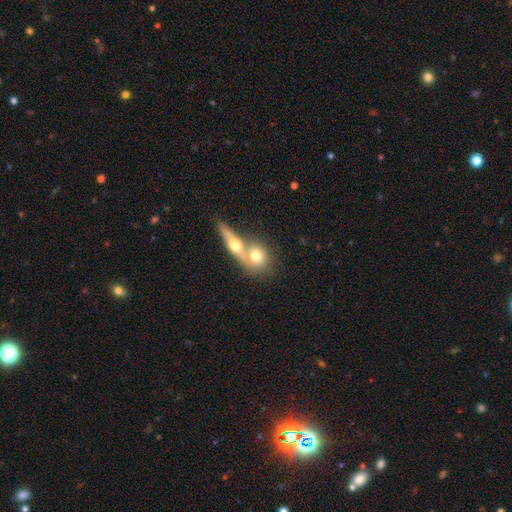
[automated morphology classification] smooth_or_featured: smooth (p=0.64) [alt: featured or disk p=0.29]
how_rounded: round (p=0.59) [alt: in between p=0.32]
merging: merger (p=0.63) [alt: none p=0.28]